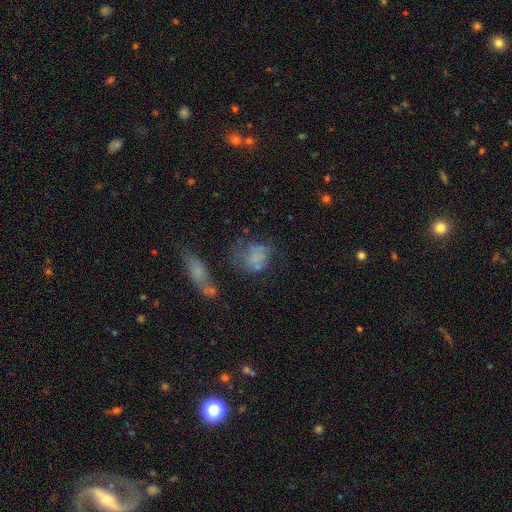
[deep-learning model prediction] smooth-or-featured: smooth: 58% | featured or disk: 28% | star or artifact: 14%
  how-rounded: in between: 49% | round: 48% | cigar-shaped: 3%
  merging: none: 38% | major disturbance: 25% | minor disturbance: 23% | merger: 13%